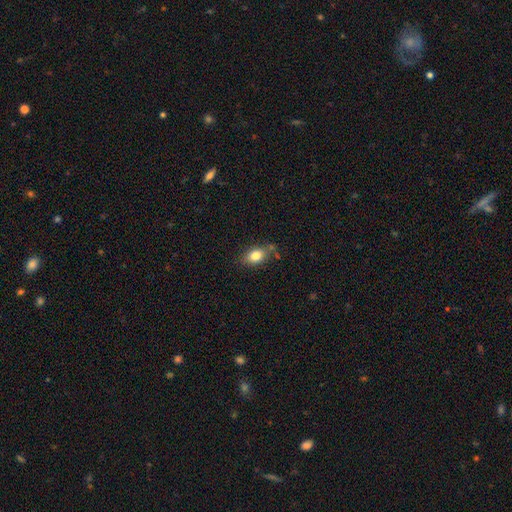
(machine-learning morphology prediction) Smooth or featured?
  - smooth: 80% *
  - featured or disk: 11%
  - star or artifact: 9%
How rounded?
  - in between: 80% *
  - round: 18%
  - cigar-shaped: 3%
Merging?
  - none: 70% *
  - minor disturbance: 19%
  - merger: 6%
  - major disturbance: 5%